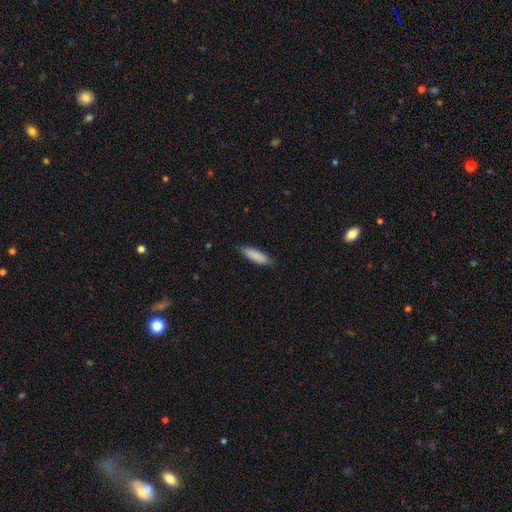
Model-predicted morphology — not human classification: Overall: smooth (87%). How rounded: cigar-shaped (61%; in between 38%). Merging: none (85%).